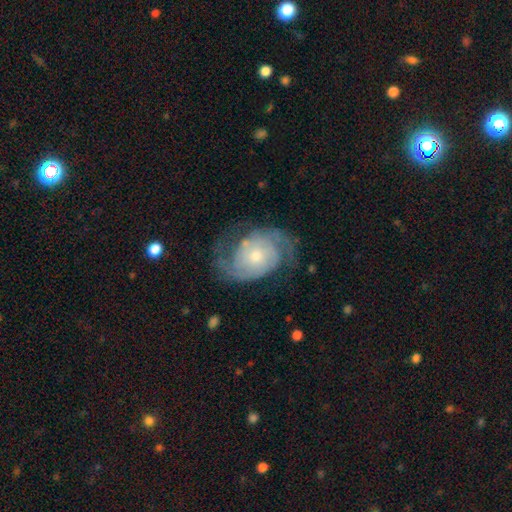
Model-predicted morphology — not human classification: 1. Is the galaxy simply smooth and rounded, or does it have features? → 87% featured or disk, 8% smooth, 5% star or artifact.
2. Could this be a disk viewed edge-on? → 98% no, 2% yes.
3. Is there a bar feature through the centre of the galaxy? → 72% no, 23% weak, 5% strong.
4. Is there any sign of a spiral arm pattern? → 96% yes, 4% no.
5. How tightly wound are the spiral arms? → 43% medium, 41% tight, 16% loose.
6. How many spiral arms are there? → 84% 2, 7% can't tell, 4% 3, 2% 1, 2% 4, 2% more than 4.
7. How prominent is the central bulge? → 54% small, 39% moderate, 3% large, 2% none, 1% dominant.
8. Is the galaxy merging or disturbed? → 69% none, 17% minor disturbance, 12% major disturbance, 2% merger.